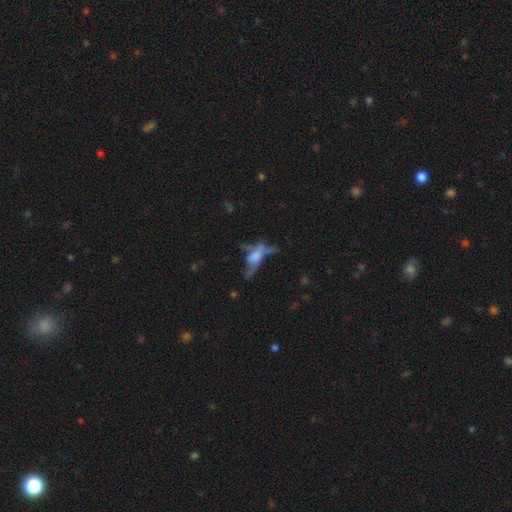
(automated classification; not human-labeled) A featured or disk galaxy (49%). Merging: major disturbance (37%).